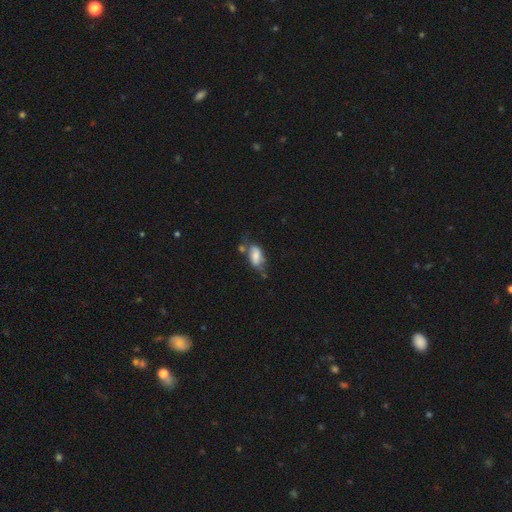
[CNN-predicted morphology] Smooth or featured?
  - smooth: 66% *
  - featured or disk: 26%
  - star or artifact: 9%
How rounded?
  - in between: 89% *
  - cigar-shaped: 6%
  - round: 5%
Merging?
  - none: 34% *
  - minor disturbance: 31%
  - major disturbance: 18%
  - merger: 16%